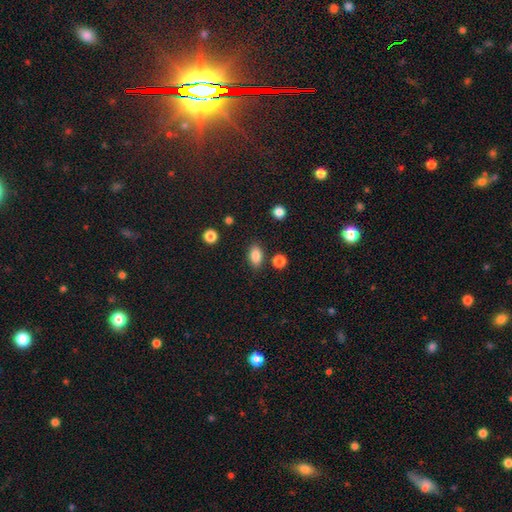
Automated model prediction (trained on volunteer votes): Smooth or featured? Predicted: smooth (p=0.86). How rounded? Predicted: in between (p=0.85). Merging? Predicted: none (p=0.82).